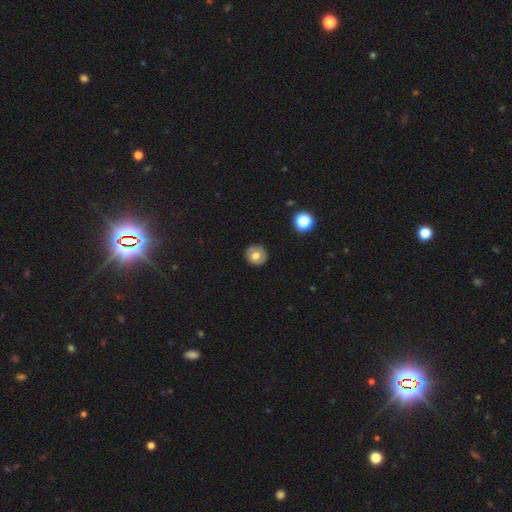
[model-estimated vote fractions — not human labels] Q: Smooth or featured?
A: smooth (64%); runner-up: featured or disk (27%)
Q: How rounded?
A: round (91%); runner-up: in between (8%)
Q: Merging?
A: none (88%); runner-up: minor disturbance (9%)